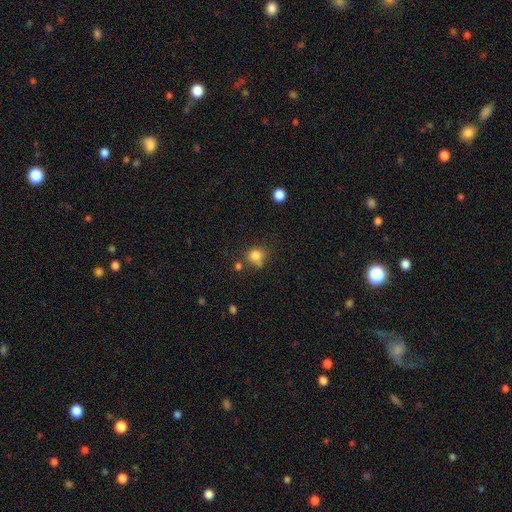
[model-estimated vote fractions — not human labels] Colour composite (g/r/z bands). It shows a smooth galaxy with no disk features (81%) that is round (80%). Merging: none (64%).